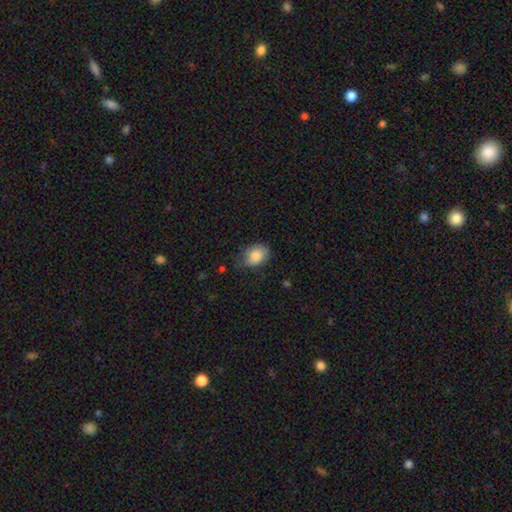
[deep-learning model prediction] smooth-or-featured: smooth: 86% | star or artifact: 7% | featured or disk: 7%
  how-rounded: in between: 70% | round: 29% | cigar-shaped: 1%
  merging: none: 57% | minor disturbance: 33% | major disturbance: 8% | merger: 2%